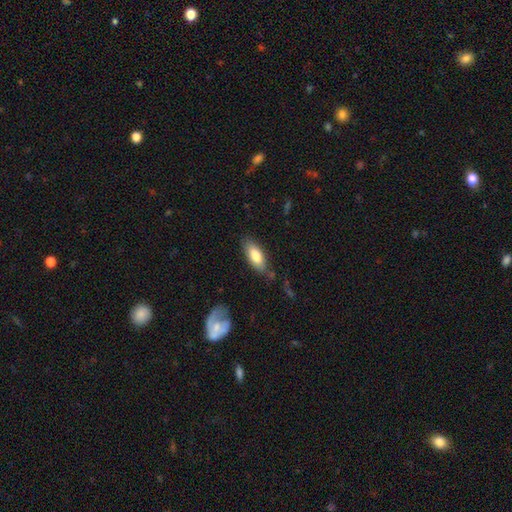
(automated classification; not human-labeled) smooth_or_featured: smooth (p=0.79) [alt: featured or disk p=0.15]
how_rounded: in between (p=0.77) [alt: cigar-shaped p=0.21]
merging: none (p=0.77) [alt: minor disturbance p=0.17]